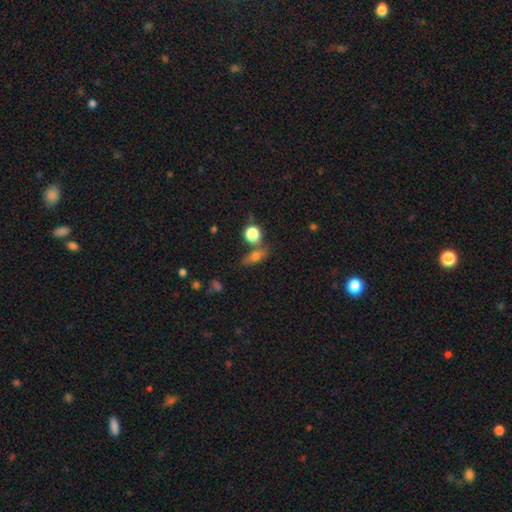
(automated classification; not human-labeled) smooth 66%, featured or disk 19%, star or artifact 15%. Down the decision tree: how rounded — in between (54%); merging — none (59%).